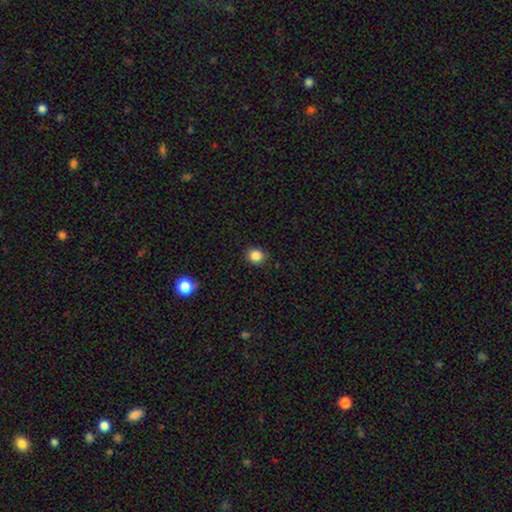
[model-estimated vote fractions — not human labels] Morphology: type=smooth (86%); roundness=round (73%); merging=none (88%).